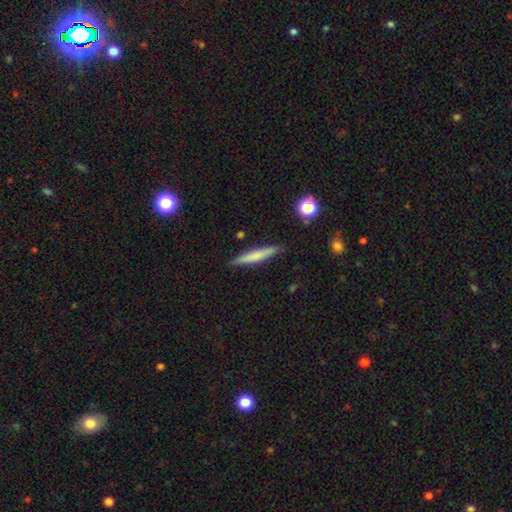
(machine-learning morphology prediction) A smooth galaxy with no disk features (65%) that is cigar-shaped (94%). Merging: none (88%).